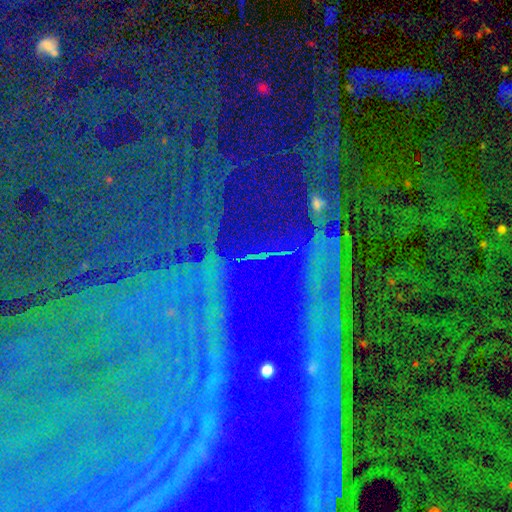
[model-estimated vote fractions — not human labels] A star or artifact, not a galaxy (85%).